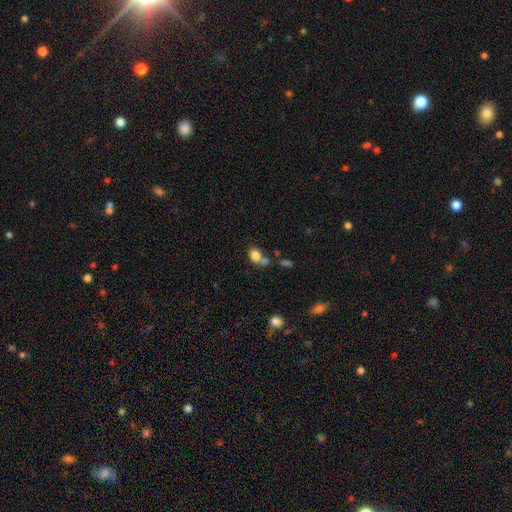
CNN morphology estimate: type=smooth (80%); roundness=in between (54%); merging=none (42%).